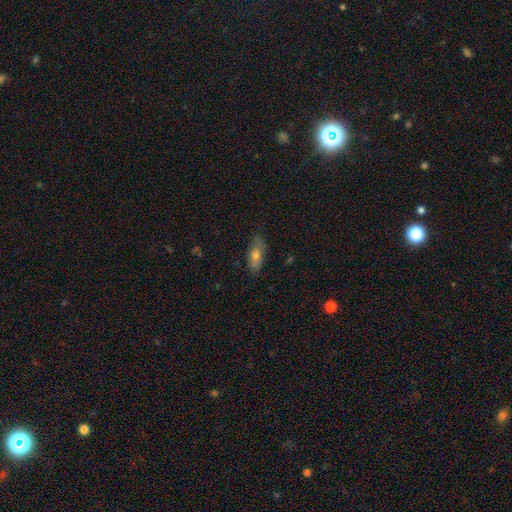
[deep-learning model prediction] smooth_or_featured: smooth (p=0.68) [alt: featured or disk p=0.24]
how_rounded: in between (p=0.71) [alt: cigar-shaped p=0.26]
merging: none (p=0.79) [alt: minor disturbance p=0.17]